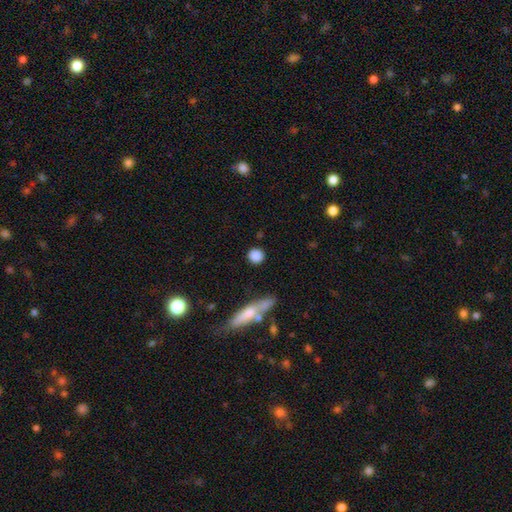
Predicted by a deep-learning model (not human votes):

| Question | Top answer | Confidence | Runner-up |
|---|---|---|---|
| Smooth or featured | smooth | 86% | star or artifact (8%) |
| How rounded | round | 89% | in between (9%) |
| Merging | none | 85% | minor disturbance (8%) |